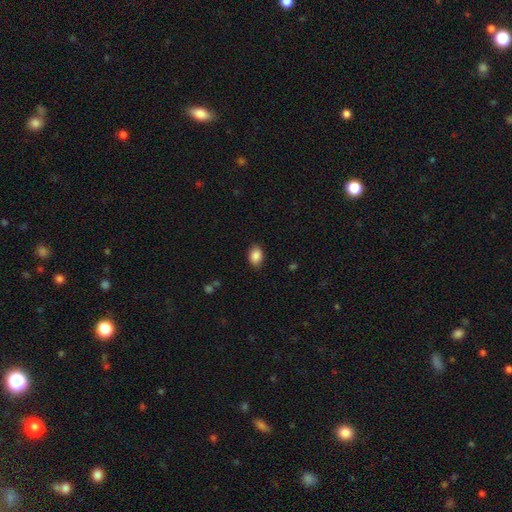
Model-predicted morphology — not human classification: A smooth galaxy with no disk features (88%) that is in between round and cigar-shaped (76%).

Vote fractions:
- Smooth or featured? smooth: 88% / star or artifact: 8% / featured or disk: 4%
- How rounded? in between: 76% / round: 23% / cigar-shaped: 1%
- Merging? none: 85% / minor disturbance: 11% / major disturbance: 3% / merger: 1%